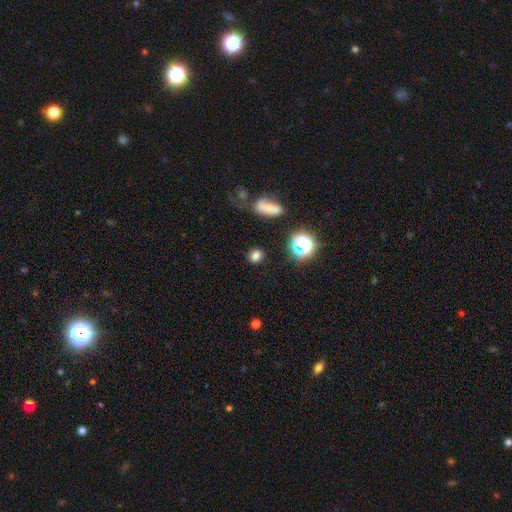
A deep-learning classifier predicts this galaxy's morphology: smooth 73%, star or artifact 20%, featured or disk 6%. Down the decision tree: how rounded — round (67%); merging — none (83%).